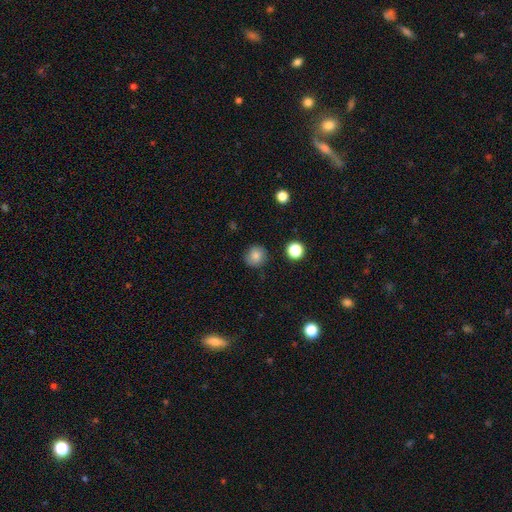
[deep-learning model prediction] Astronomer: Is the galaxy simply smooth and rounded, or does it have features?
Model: smooth — 82%.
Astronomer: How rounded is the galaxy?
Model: round — 89%.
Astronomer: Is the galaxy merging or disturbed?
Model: none — 84%.